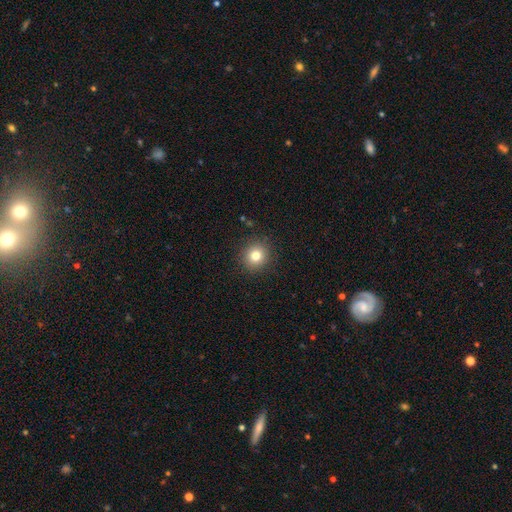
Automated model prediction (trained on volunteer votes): This is likely a smooth galaxy (79%). How rounded: clearly round (91%). Merging: clearly none (90%).